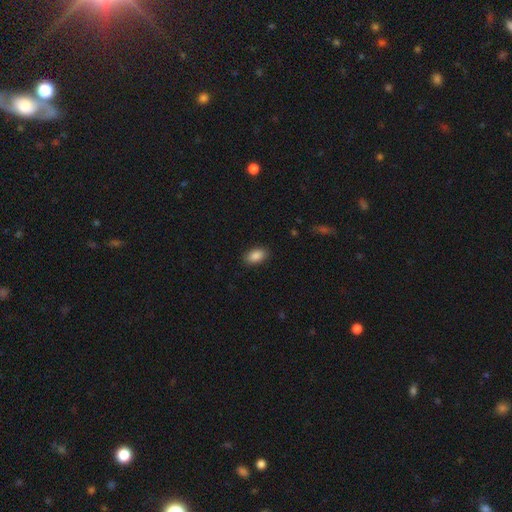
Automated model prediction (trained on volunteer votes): A smooth galaxy with no disk features (88%) that is in between round and cigar-shaped (91%). Merging: none (88%).